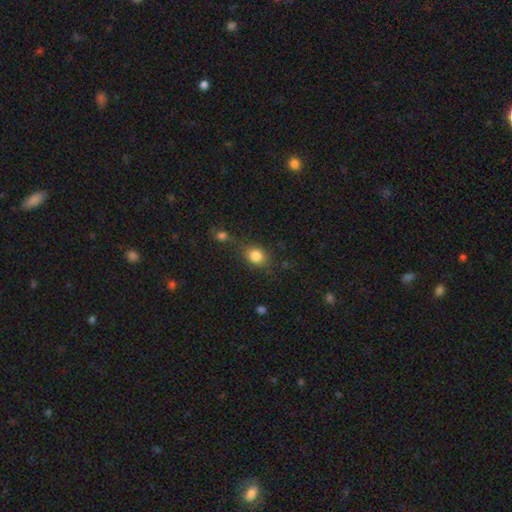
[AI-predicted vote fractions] Morphology: type=smooth (83%); roundness=round (56%); merging=none (66%).